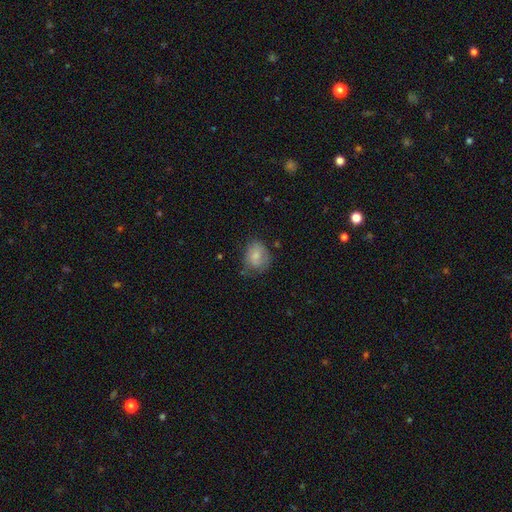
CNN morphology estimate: Overall: smooth (70%). How rounded: round (51%; in between 48%). Merging: none (56%; minor disturbance 30%).